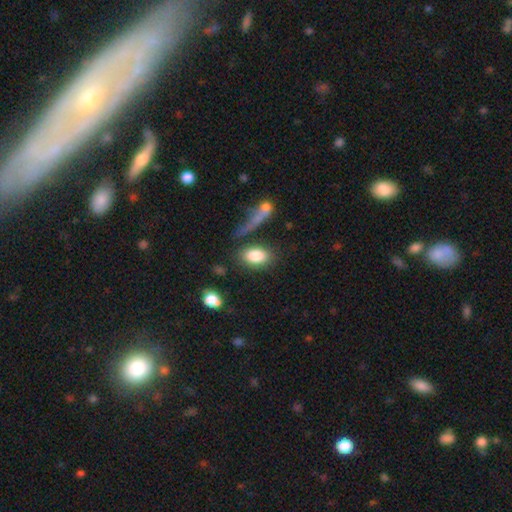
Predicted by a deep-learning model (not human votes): This appears to be a smooth galaxy with no disk features (83%) that is in between round and cigar-shaped (86%). Merging: none (68%).